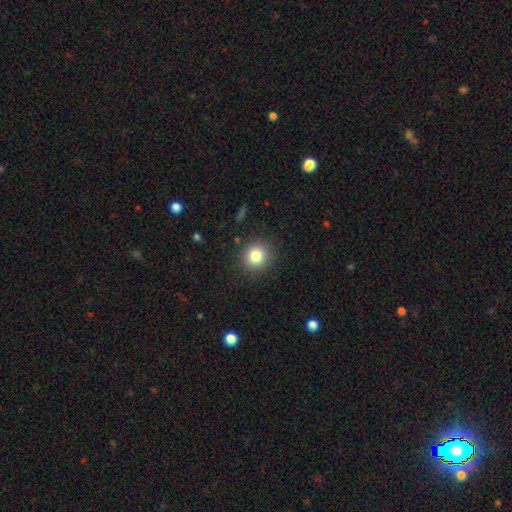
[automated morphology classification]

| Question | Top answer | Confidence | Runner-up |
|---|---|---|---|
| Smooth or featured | smooth | 82% | star or artifact (11%) |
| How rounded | round | 88% | in between (11%) |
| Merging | none | 88% | minor disturbance (8%) |